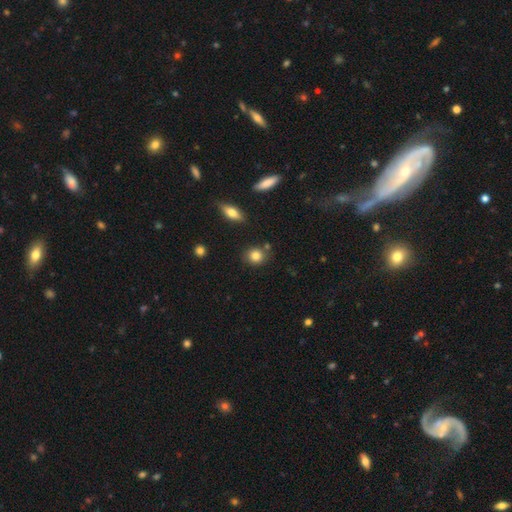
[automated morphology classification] Smooth or featured: smooth — 83% (star or artifact — 10%)
How rounded: round — 81% (in between — 18%)
Merging: none — 80% (minor disturbance — 11%)